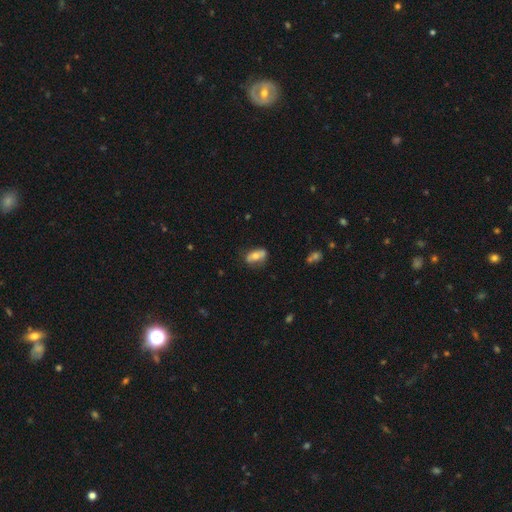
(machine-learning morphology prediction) Q: Smooth or featured?
A: smooth (54%); runner-up: featured or disk (38%)
Q: How rounded?
A: in between (82%); runner-up: cigar-shaped (10%)
Q: Merging?
A: none (69%); runner-up: minor disturbance (21%)